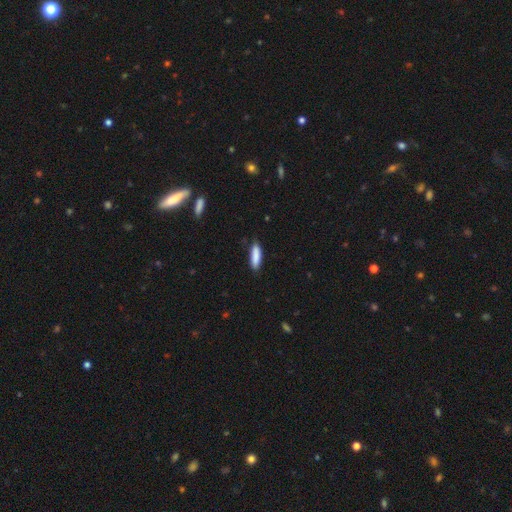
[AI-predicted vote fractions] smooth 88%, featured or disk 6%, star or artifact 6%. Down the decision tree: how rounded — cigar-shaped (63%); merging — none (84%).